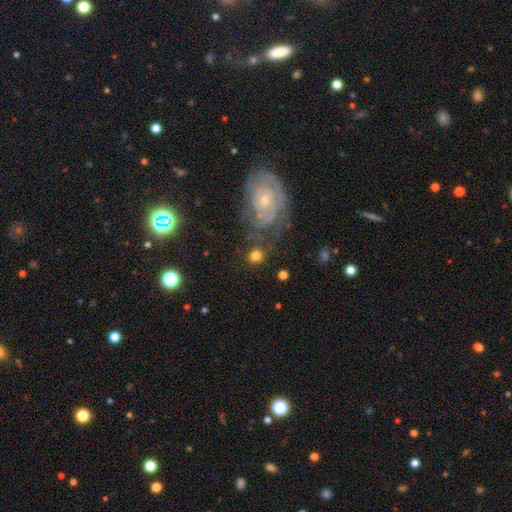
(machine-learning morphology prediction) This is likely a smooth galaxy (66%). How rounded: clearly round (82%). Merging: likely none (68%).